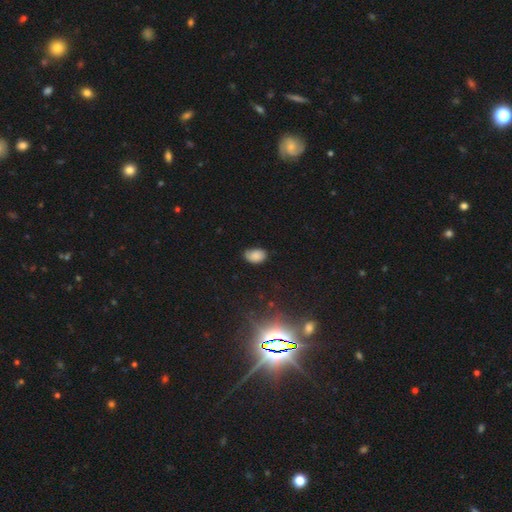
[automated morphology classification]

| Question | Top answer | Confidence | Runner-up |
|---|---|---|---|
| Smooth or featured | smooth | 78% | star or artifact (11%) |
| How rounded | in between | 86% | round (13%) |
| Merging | none | 59% | minor disturbance (32%) |